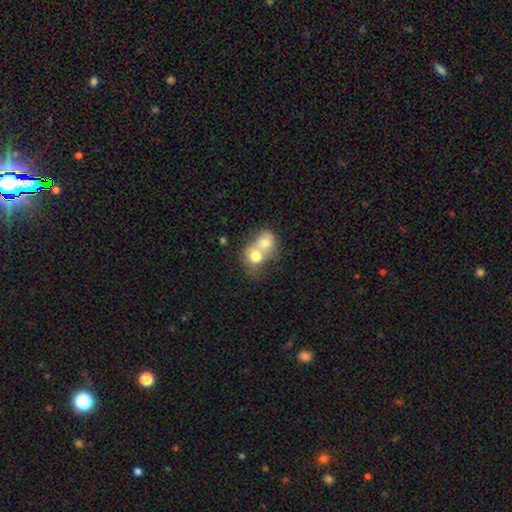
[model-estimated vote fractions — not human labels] Q: Smooth or featured?
A: smooth (73%); runner-up: featured or disk (19%)
Q: How rounded?
A: round (67%); runner-up: in between (32%)
Q: Merging?
A: merger (75%); runner-up: none (17%)